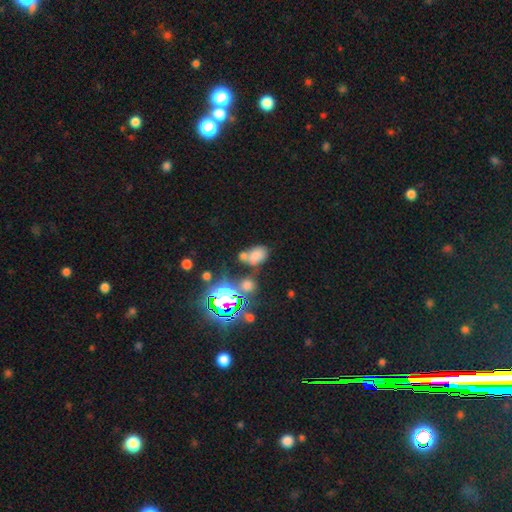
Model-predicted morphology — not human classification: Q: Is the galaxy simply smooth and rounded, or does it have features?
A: smooth — 65%.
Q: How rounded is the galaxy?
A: in between — 76%.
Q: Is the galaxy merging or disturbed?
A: merger — 39%.